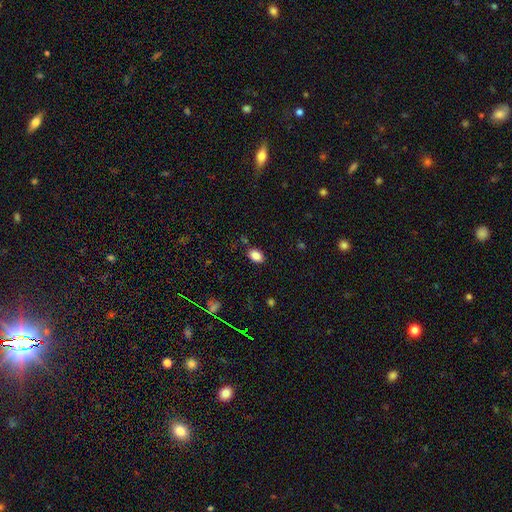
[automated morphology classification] type=smooth (86%); roundness=in between (83%); merging=none (83%).